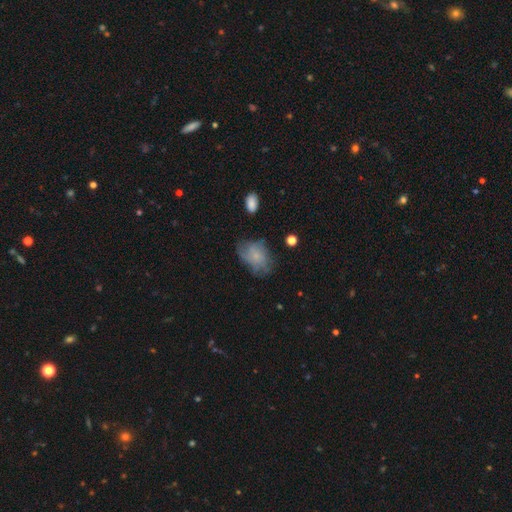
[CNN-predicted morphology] This appears to be a smooth galaxy with no disk features (48%). Merging: none (54%).